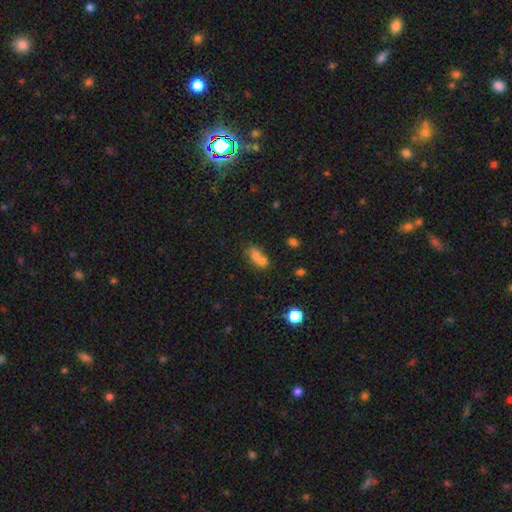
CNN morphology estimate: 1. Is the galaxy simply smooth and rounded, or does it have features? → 70% smooth, 17% featured or disk, 13% star or artifact.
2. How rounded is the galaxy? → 69% in between, 23% round, 8% cigar-shaped.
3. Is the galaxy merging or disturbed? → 60% merger, 24% none, 10% minor disturbance, 6% major disturbance.